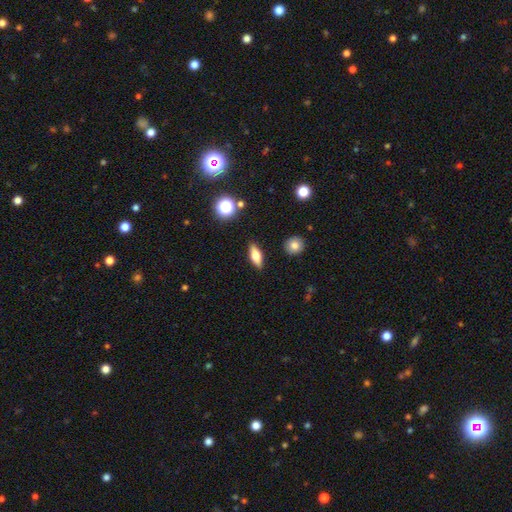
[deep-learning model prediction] This appears to be a smooth galaxy with no disk features (58%) that is in between round and cigar-shaped (64%). Merging: none (88%).